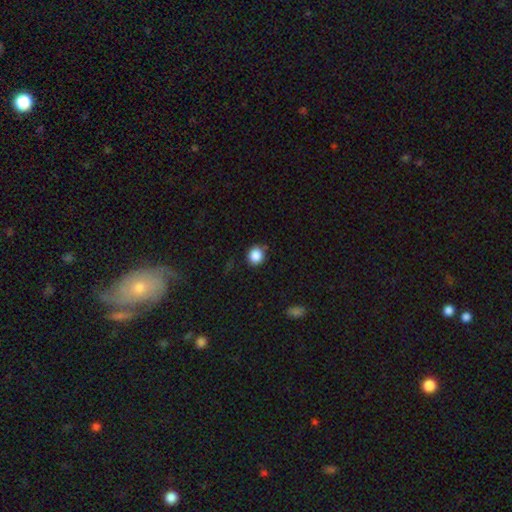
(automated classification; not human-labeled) smooth 86%, star or artifact 10%, featured or disk 4%. Down the decision tree: how rounded — round (85%); merging — none (81%).